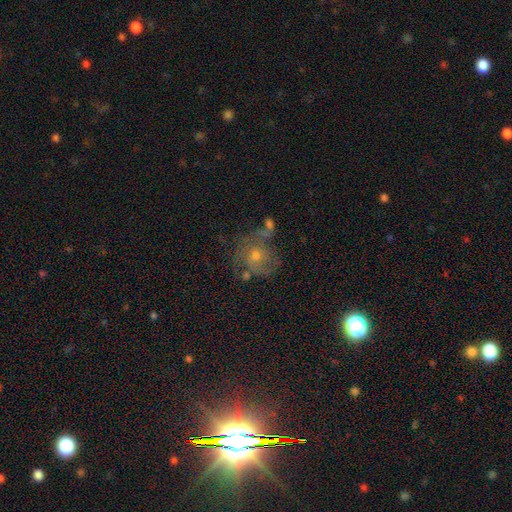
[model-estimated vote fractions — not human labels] Morphology: type=featured or disk (57%); edge-on=no (97%); bar=no (81%); spiral arms=yes (74%); bulge=small (47%, tied with moderate); merging=none (55%).